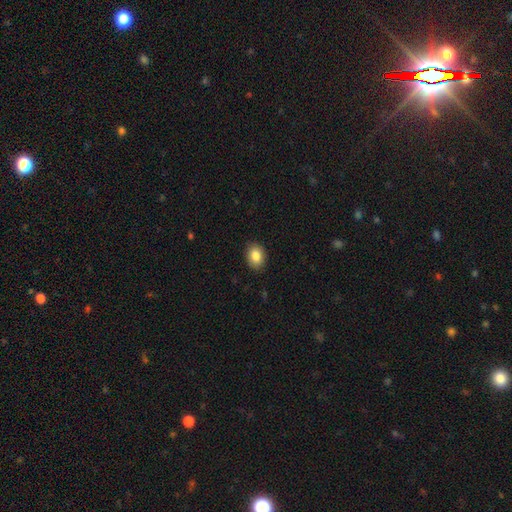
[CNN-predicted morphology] Smooth or featured?
  - smooth: 85% *
  - star or artifact: 8%
  - featured or disk: 6%
How rounded?
  - in between: 68% *
  - round: 31%
  - cigar-shaped: 1%
Merging?
  - none: 88% *
  - minor disturbance: 9%
  - major disturbance: 2%
  - merger: 1%